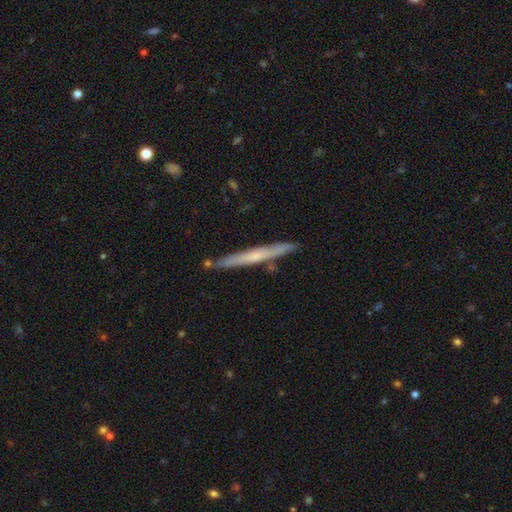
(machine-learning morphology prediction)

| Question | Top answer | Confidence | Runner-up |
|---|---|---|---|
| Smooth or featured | featured or disk | 52% | smooth (42%) |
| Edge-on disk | yes | 96% | no (4%) |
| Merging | none | 86% | minor disturbance (10%) |